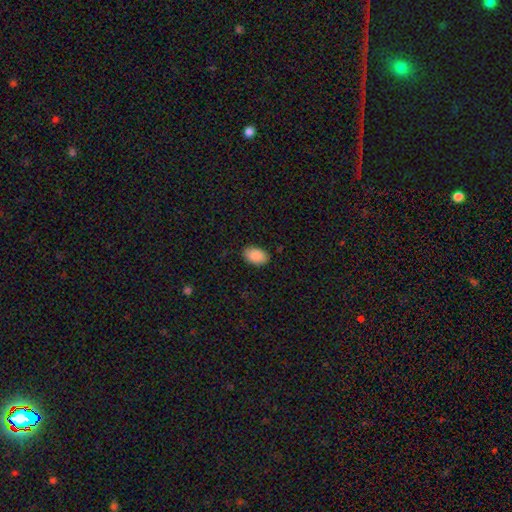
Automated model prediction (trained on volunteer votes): Smooth or featured? Predicted: smooth (p=0.90). How rounded? Predicted: in between (p=0.90). Merging? Predicted: none (p=0.88).